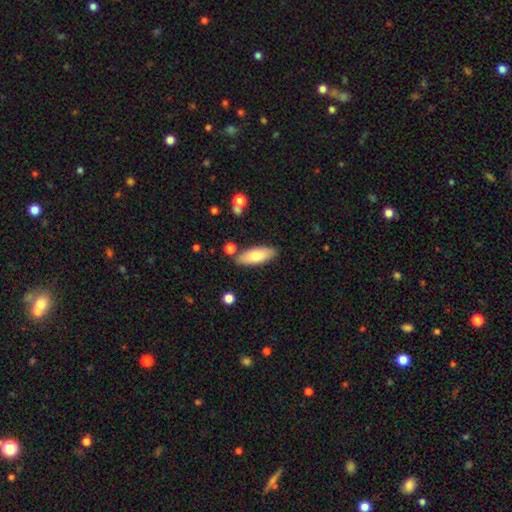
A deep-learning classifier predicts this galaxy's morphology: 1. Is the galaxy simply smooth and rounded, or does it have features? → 73% smooth, 21% featured or disk, 6% star or artifact.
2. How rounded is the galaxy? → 69% in between, 29% cigar-shaped, 2% round.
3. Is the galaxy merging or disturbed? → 83% none, 11% minor disturbance, 4% merger, 2% major disturbance.